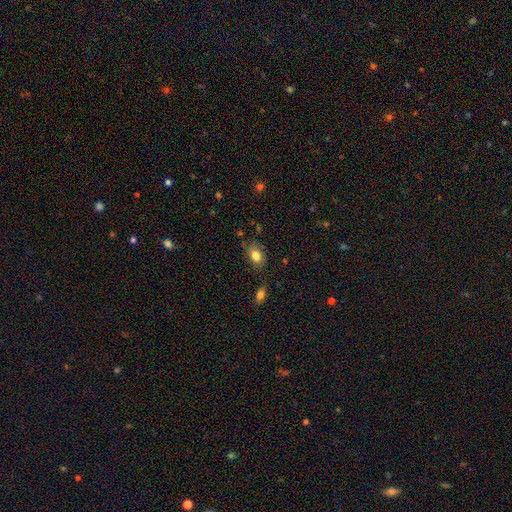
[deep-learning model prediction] Smooth or featured? smooth (82%)
How rounded? in between (77%)
Merging? none (72%)